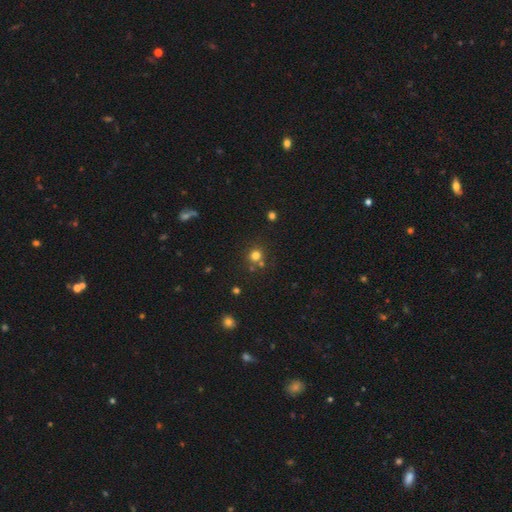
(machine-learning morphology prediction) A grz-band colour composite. It shows a smooth galaxy with no disk features (75%) that is round (90%). Merging: none (70%).